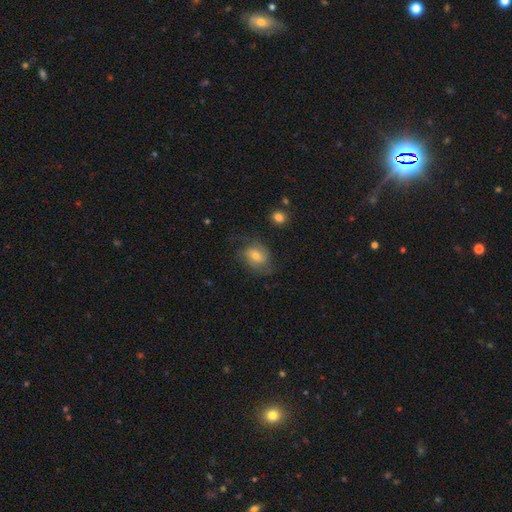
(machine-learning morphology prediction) type=featured or disk (47%); merging=none (63%).